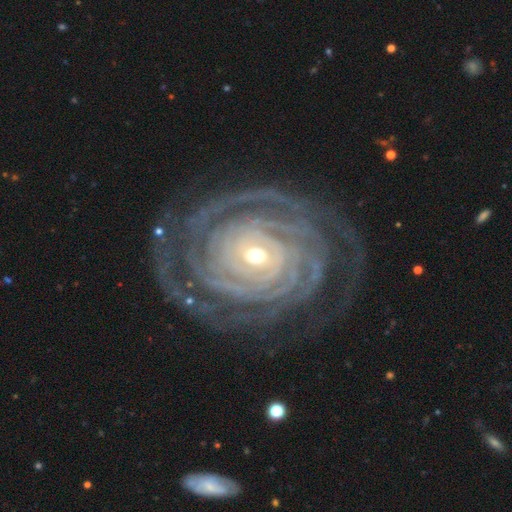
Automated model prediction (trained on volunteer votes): This is clearly a featured or disk galaxy (93%). It is clearly not viewed edge-on (97%). Bar: possibly no (52%). Spiral arm pattern: clearly yes (98%). Spiral arm count: marginally 4 (20%). Spiral winding: clearly tight (89%). Central bulge: possibly small (53%). Merging: likely none (79%).